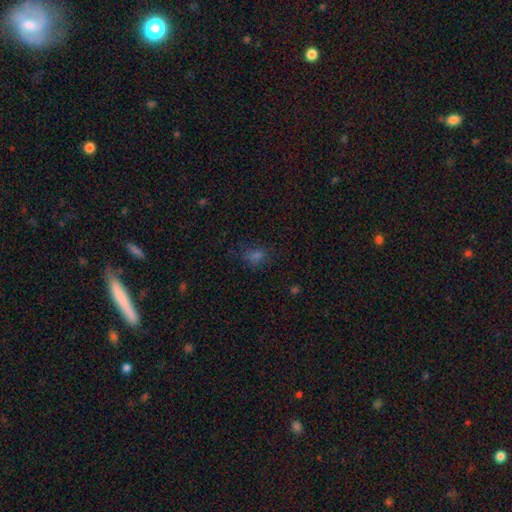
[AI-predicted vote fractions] This appears to be a smooth galaxy with no disk features (60%) that is in between round and cigar-shaped (63%). Merging: none (65%).